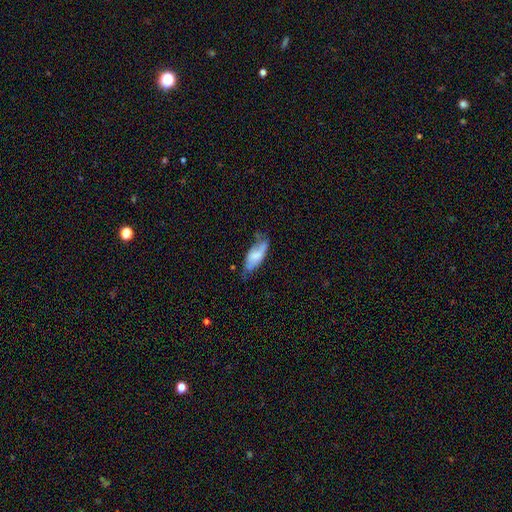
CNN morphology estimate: This appears to be a smooth galaxy with no disk features (63%) that is in between round and cigar-shaped (77%). Merging: none (44%).